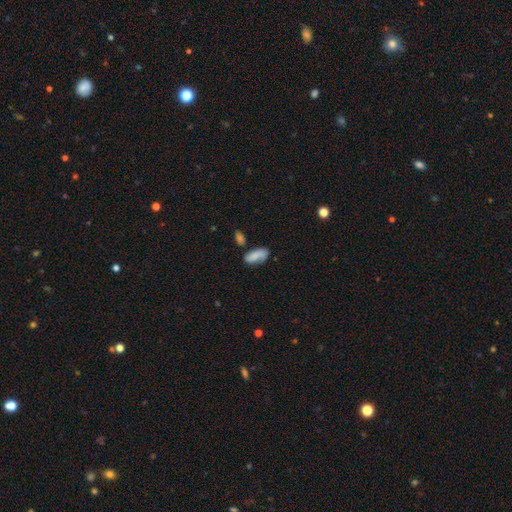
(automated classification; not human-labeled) Smooth or featured: smooth — 73% (featured or disk — 19%)
How rounded: in between — 85% (cigar-shaped — 11%)
Merging: none — 58% (minor disturbance — 24%)